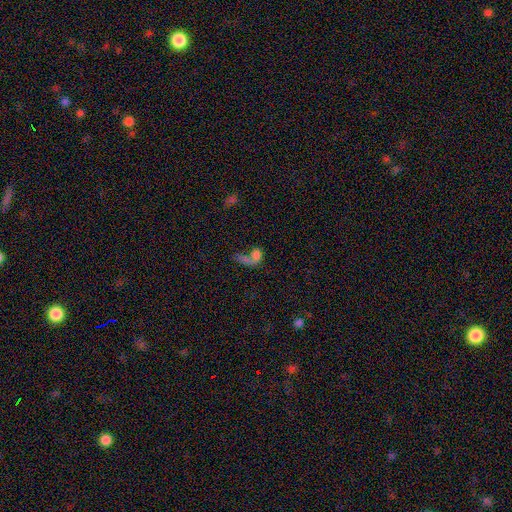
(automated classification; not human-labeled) A smooth galaxy with no disk features (38%).

Vote fractions:
- Smooth or featured? smooth: 38% / star or artifact: 34% / featured or disk: 28%
- Merging? merger: 36% / none: 30% / major disturbance: 22% / minor disturbance: 12%